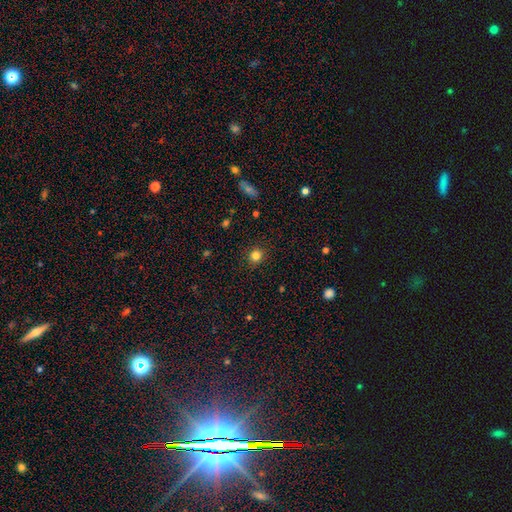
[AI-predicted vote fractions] Smooth or featured?
  - smooth: 82% *
  - star or artifact: 13%
  - featured or disk: 5%
How rounded?
  - round: 89% *
  - in between: 10%
  - cigar-shaped: 1%
Merging?
  - none: 91% *
  - minor disturbance: 6%
  - major disturbance: 2%
  - merger: 1%